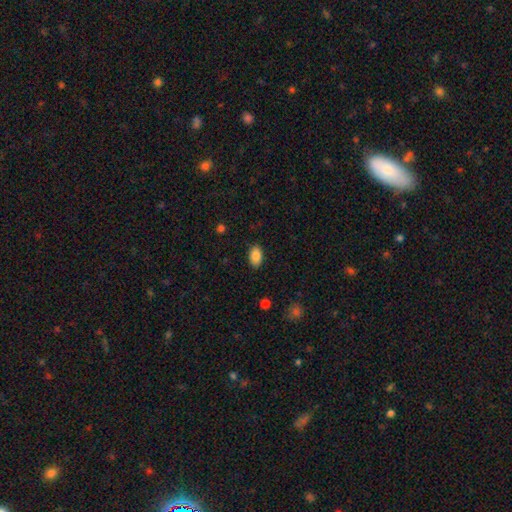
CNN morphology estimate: smooth 86%, star or artifact 8%, featured or disk 7%. Down the decision tree: how rounded — in between (92%); merging — none (86%).